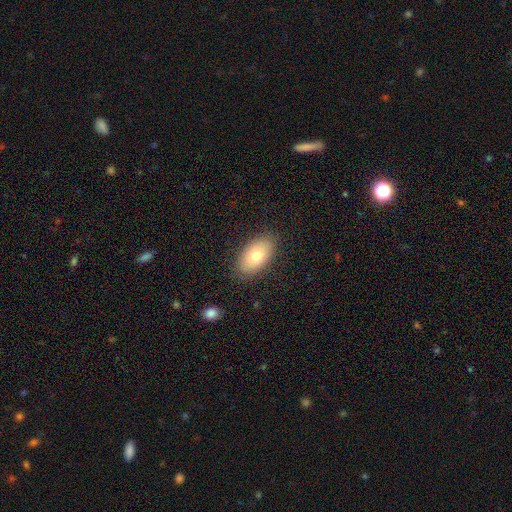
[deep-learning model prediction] smooth 75%, featured or disk 18%, star or artifact 7%. Down the decision tree: how rounded — in between (94%); merging — none (85%).